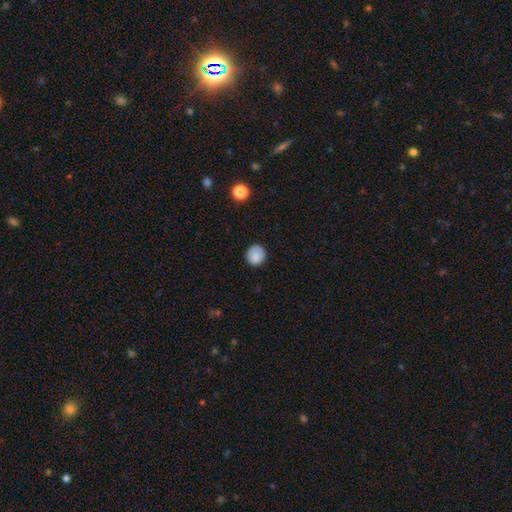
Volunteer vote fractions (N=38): Smooth or featured? smooth (87%)
How rounded? round (94%)
Merging? none (94%)